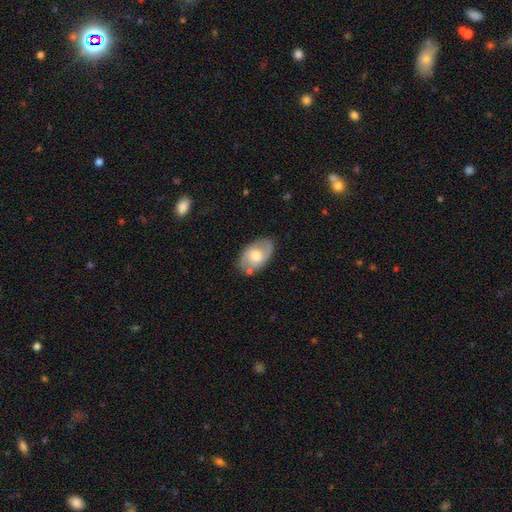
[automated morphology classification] A featured or disk galaxy (48%). Merging: none (73%).